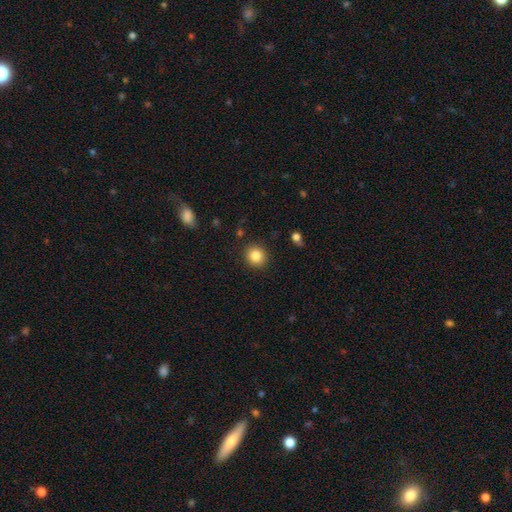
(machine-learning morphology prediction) smooth_or_featured: smooth (p=0.85) [alt: star or artifact p=0.10]
how_rounded: round (p=0.86) [alt: in between p=0.13]
merging: none (p=0.89) [alt: minor disturbance p=0.07]